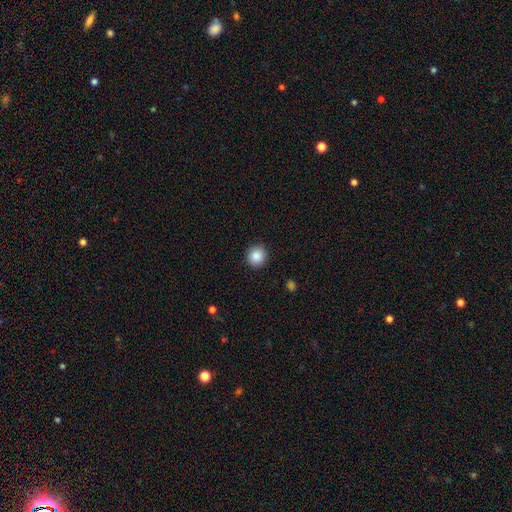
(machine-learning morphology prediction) smooth 86%, star or artifact 9%, featured or disk 4%. Down the decision tree: how rounded — round (91%); merging — none (92%).